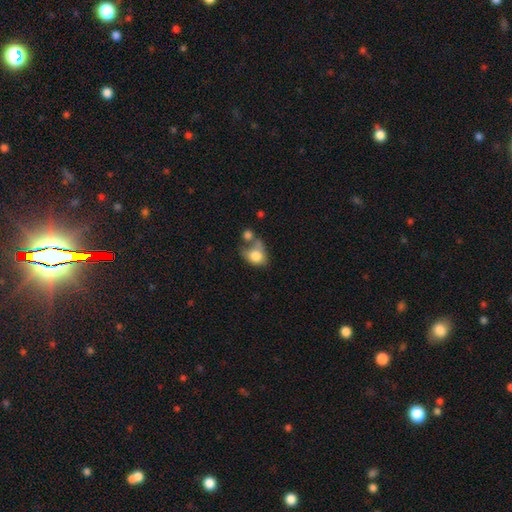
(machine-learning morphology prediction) smooth 76%, featured or disk 15%, star or artifact 9%. Down the decision tree: how rounded — in between (61%); merging — merger (39%).